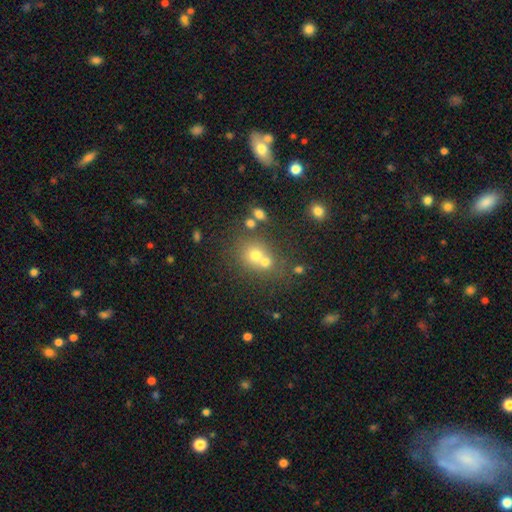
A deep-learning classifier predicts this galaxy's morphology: Q: Smooth or featured?
A: smooth (65%); runner-up: featured or disk (18%)
Q: How rounded?
A: round (79%); runner-up: in between (20%)
Q: Merging?
A: merger (49%); runner-up: none (40%)